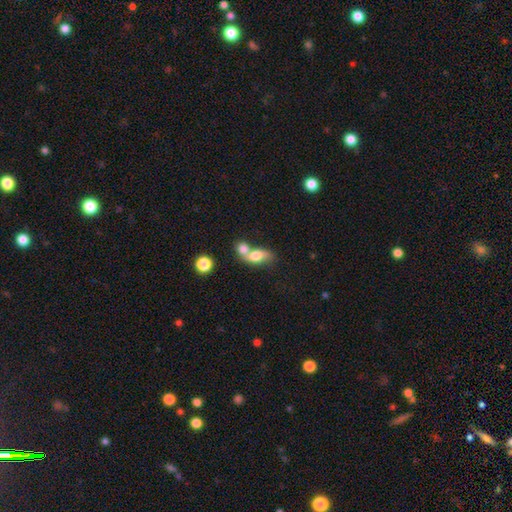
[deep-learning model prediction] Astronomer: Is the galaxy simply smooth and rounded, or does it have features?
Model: smooth — 70%.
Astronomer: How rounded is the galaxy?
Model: in between — 69%.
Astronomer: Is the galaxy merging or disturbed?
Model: merger — 66%.